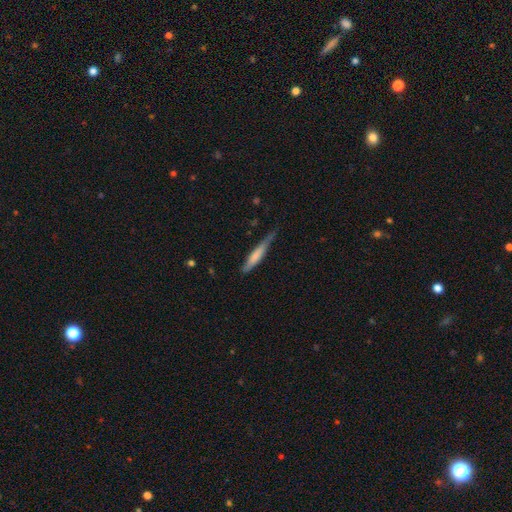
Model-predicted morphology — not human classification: This appears to be a smooth galaxy with no disk features (63%) that is cigar-shaped (90%). Merging: none (60%).